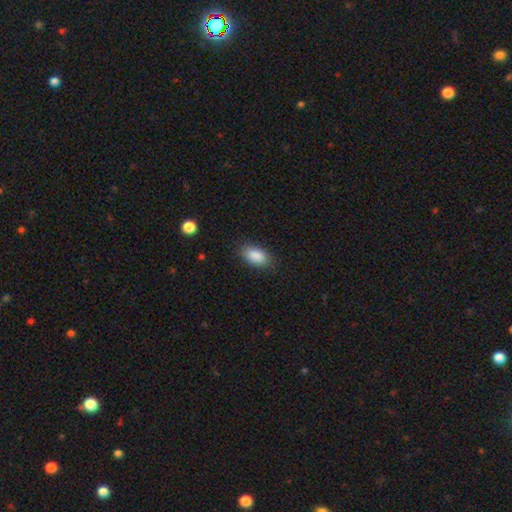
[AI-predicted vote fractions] A smooth galaxy with no disk features (89%) that is in between round and cigar-shaped (92%).

Vote fractions:
- Smooth or featured? smooth: 89% / star or artifact: 7% / featured or disk: 4%
- How rounded? in between: 92% / round: 4% / cigar-shaped: 4%
- Merging? none: 84% / minor disturbance: 12% / major disturbance: 3% / merger: 1%